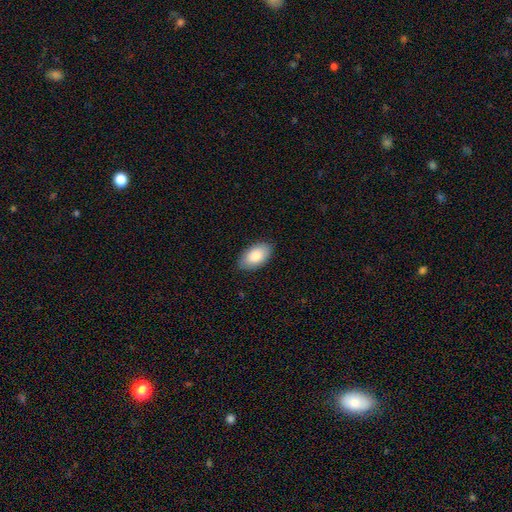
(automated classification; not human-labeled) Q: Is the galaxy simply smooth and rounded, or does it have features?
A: smooth — 87%.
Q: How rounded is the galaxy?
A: in between — 95%.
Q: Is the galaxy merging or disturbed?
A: none — 86%.